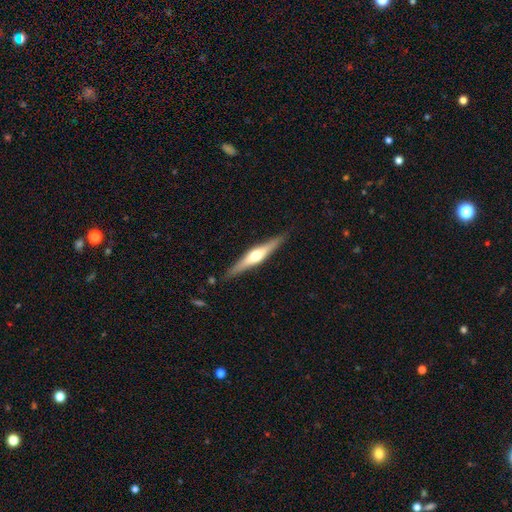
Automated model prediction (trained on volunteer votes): Overall: featured or disk (70%). Edge-on disk: yes (97%). Edge-on bulge: rounded (91%). Merging: none (88%).